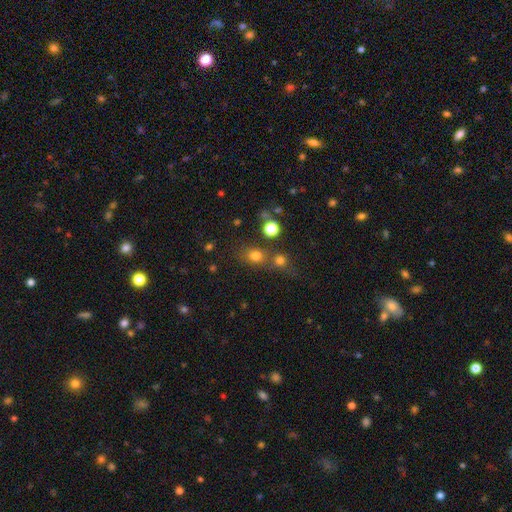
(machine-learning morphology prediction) Smooth or featured? smooth (74%)
How rounded? round (63%)
Merging? none (54%)